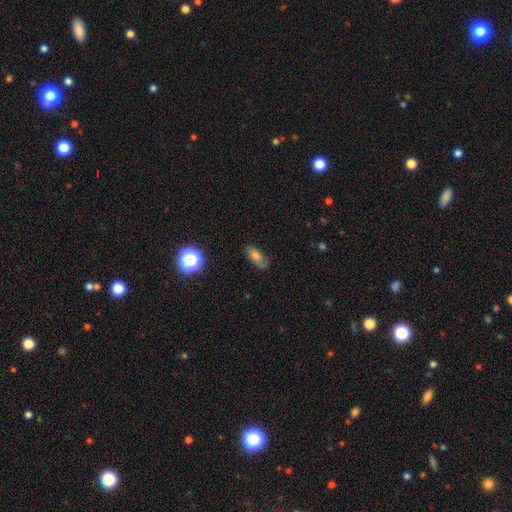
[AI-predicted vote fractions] Smooth or featured? Predicted: smooth (p=0.66). How rounded? Predicted: in between (p=0.69). Merging? Predicted: none (p=0.69).